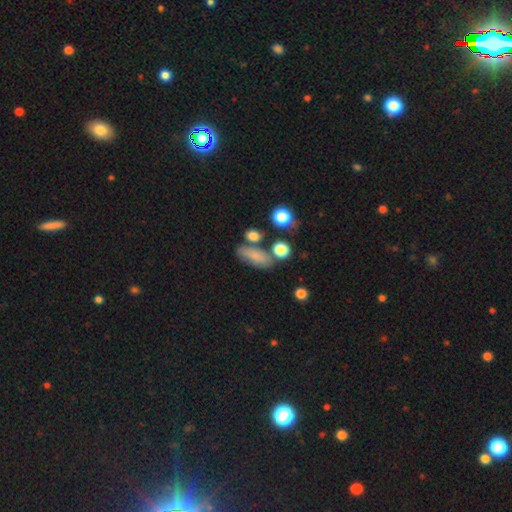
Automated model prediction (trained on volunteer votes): Overall: smooth (74%). How rounded: in between (73%). Merging: none (62%).